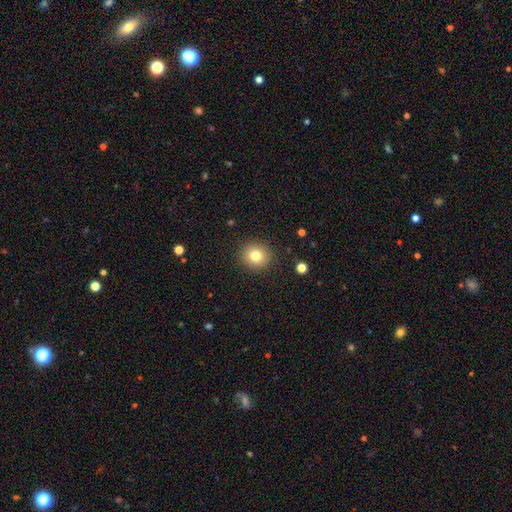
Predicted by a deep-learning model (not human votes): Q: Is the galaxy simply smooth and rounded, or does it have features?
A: smooth — 80%.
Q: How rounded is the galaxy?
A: round — 87%.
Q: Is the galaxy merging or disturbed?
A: none — 90%.